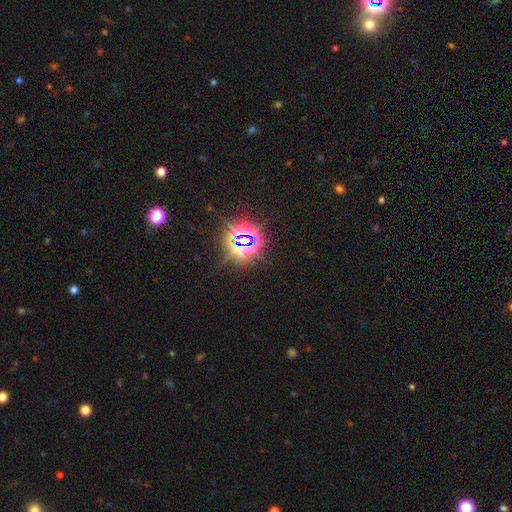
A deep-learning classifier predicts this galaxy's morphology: The model was most divided on "smooth or featured": star or artifact: 83%, smooth: 11%, featured or disk: 7%.